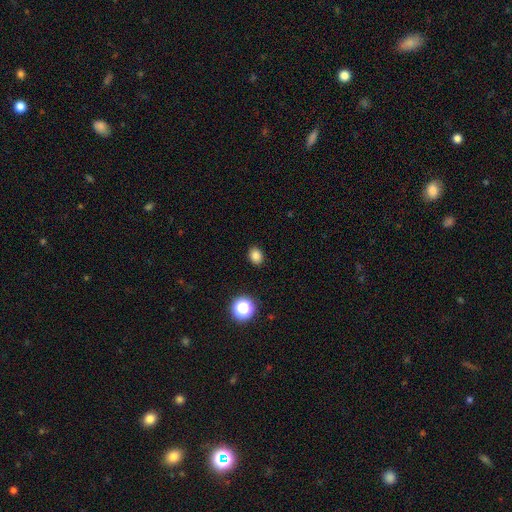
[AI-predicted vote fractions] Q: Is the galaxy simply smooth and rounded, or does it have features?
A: smooth — 82%.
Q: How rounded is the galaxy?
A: in between — 54%.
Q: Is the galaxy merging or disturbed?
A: none — 90%.